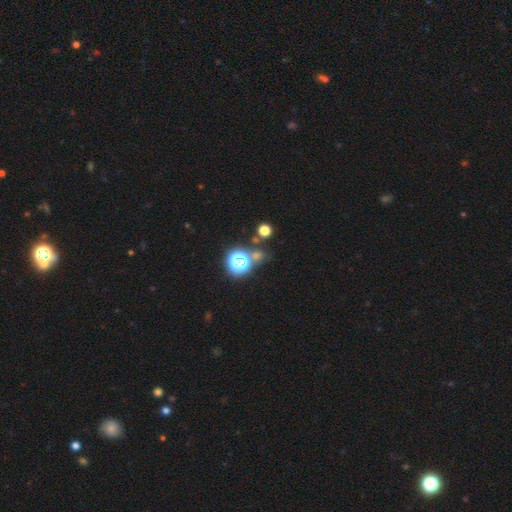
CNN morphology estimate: A star or artifact, not a galaxy (53%).